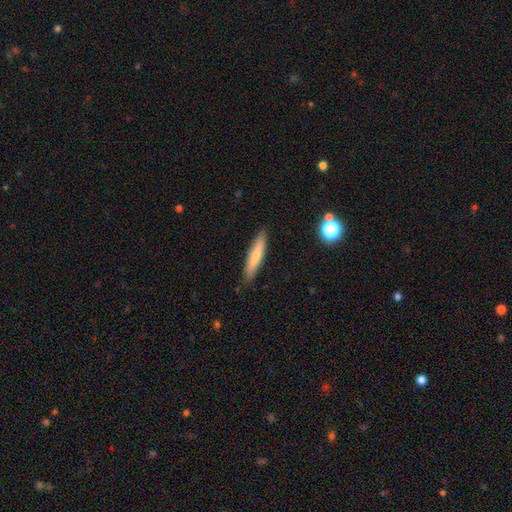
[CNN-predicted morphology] Smooth or featured: smooth — 70% (featured or disk — 23%)
How rounded: cigar-shaped — 87% (in between — 12%)
Merging: none — 88% (minor disturbance — 9%)